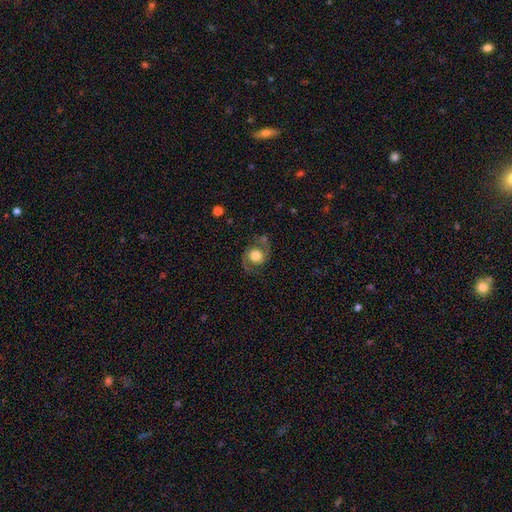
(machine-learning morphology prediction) A featured or disk galaxy (68%) with no bar (74%), 2 (92%) medium (50%) spiral arms (91%) and a moderate central bulge (48%).

Vote fractions:
- Smooth or featured? featured or disk: 68% / smooth: 24% / star or artifact: 8%
- Edge-on disk? no: 97% / yes: 3%
- Bar? no: 74% / weak: 21% / strong: 5%
- Spiral arms? yes: 91% / no: 9%
- Spiral winding? medium: 50% / loose: 36% / tight: 14%
- Spiral arm count? 2: 92% / 1: 3% / can't tell: 2% / 3: 1% / 4: 1% / more than 4: 1%
- Bulge size? moderate: 48% / large: 39% / dominant: 6% / small: 6% / none: 2%
- Merging? none: 73% / minor disturbance: 15% / major disturbance: 8% / merger: 3%